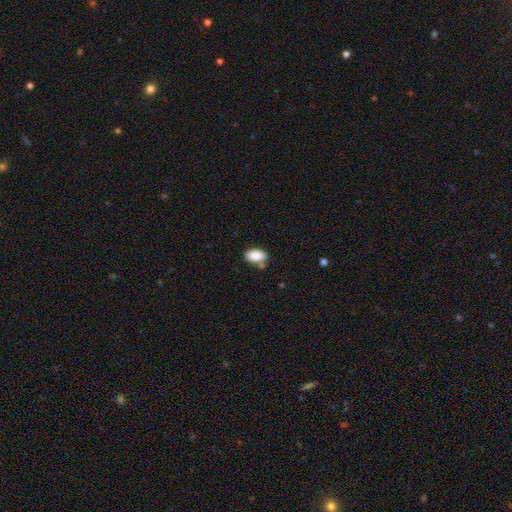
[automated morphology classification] smooth_or_featured: smooth (p=0.86) [alt: star or artifact p=0.08]
how_rounded: in between (p=0.92) [alt: round p=0.06]
merging: none (p=0.70) [alt: minor disturbance p=0.16]